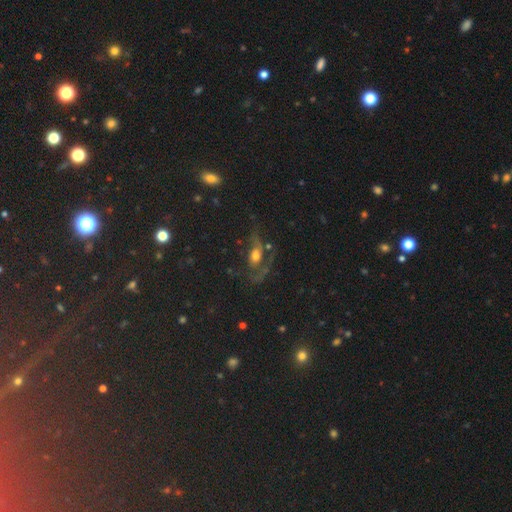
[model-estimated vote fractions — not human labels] Q: Smooth or featured?
A: featured or disk (43%); runner-up: smooth (36%)
Q: Merging?
A: none (41%); runner-up: major disturbance (32%)